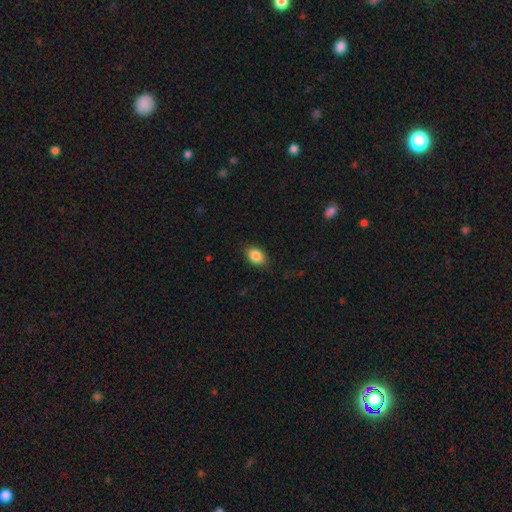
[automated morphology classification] Overall: smooth (87%). How rounded: in between (76%). Merging: none (84%).